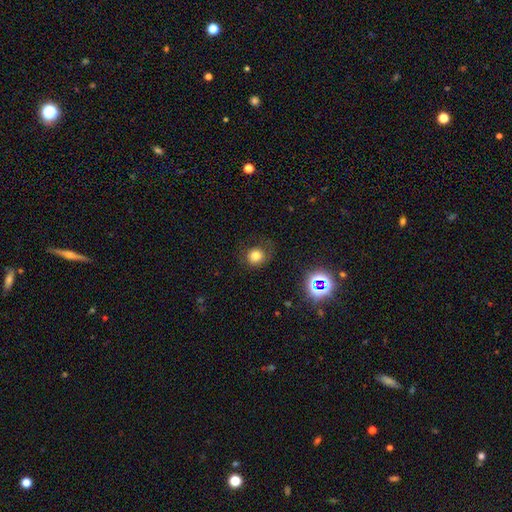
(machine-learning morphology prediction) smooth 75%, star or artifact 16%, featured or disk 9%. Down the decision tree: how rounded — round (84%); merging — none (71%).